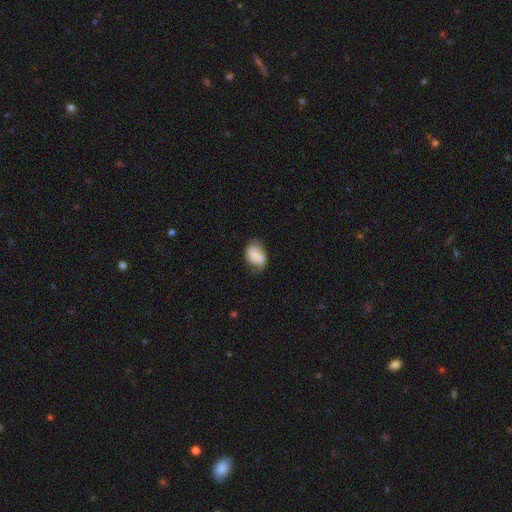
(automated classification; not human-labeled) Smooth or featured? Predicted: smooth (p=0.75). How rounded? Predicted: in between (p=0.81). Merging? Predicted: none (p=0.49).